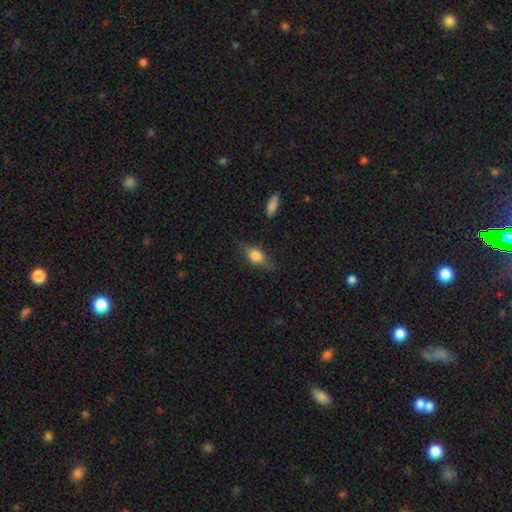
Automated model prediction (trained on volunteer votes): A smooth galaxy with no disk features (71%) that is in between round and cigar-shaped (79%). Merging: none (74%).